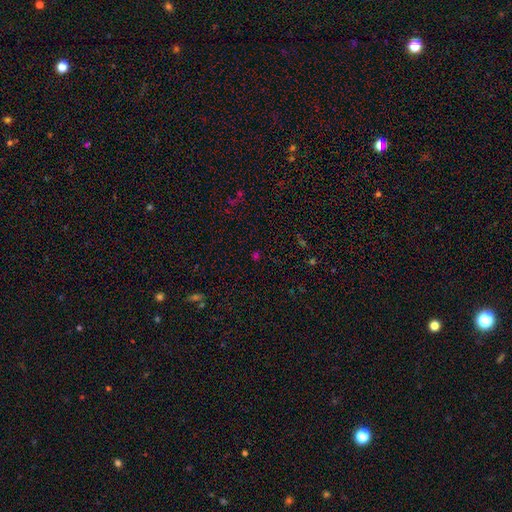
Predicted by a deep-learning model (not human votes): smooth-or-featured: star or artifact: 57% | smooth: 36% | featured or disk: 7%